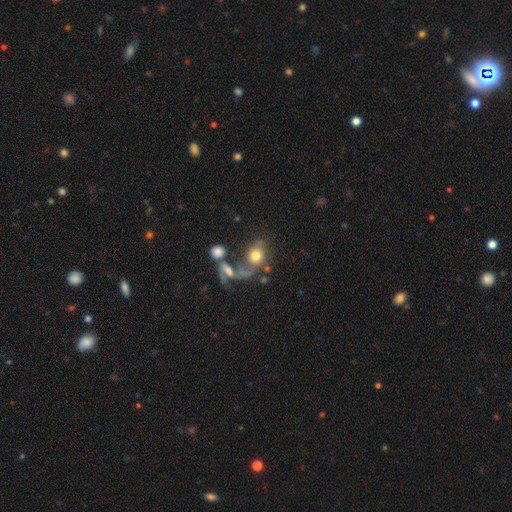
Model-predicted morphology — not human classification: Overall: smooth (64%; featured or disk 24%). How rounded: round (62%; in between 35%). Merging: merger (41%; none 30%).